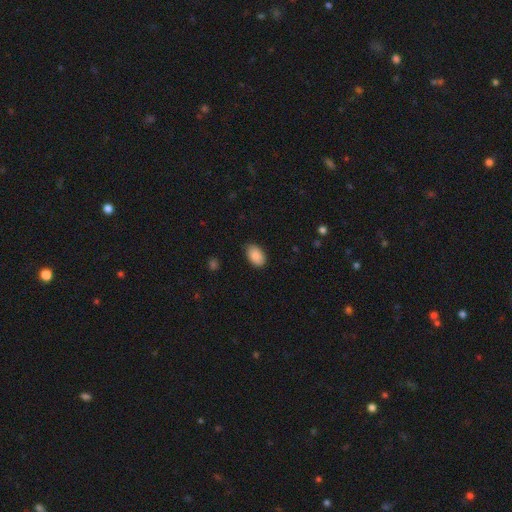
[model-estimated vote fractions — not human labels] A smooth galaxy with no disk features (89%) that is in between round and cigar-shaped (92%). Merging: none (84%).